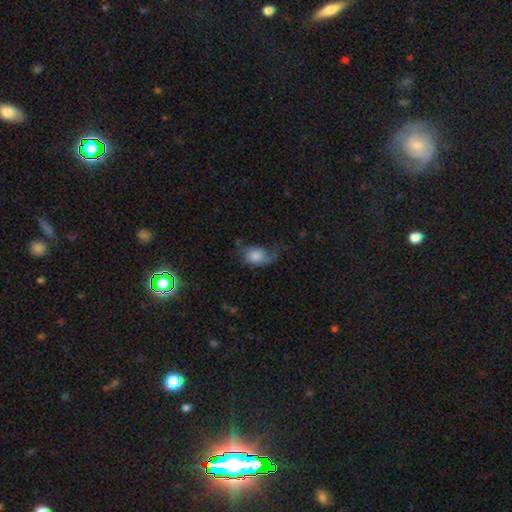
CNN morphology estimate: The model was most divided on "merging": major disturbance: 35%, none: 34%, minor disturbance: 29%, merger: 3%. More confident: how rounded — in between (77%); smooth or featured — smooth (60%).